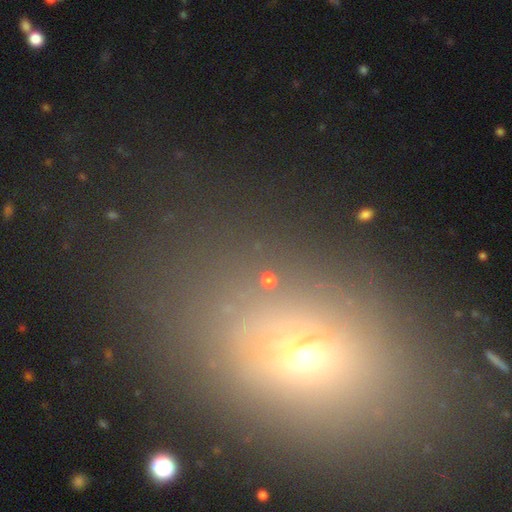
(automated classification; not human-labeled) Smooth or featured?
  - smooth: 52% *
  - star or artifact: 31%
  - featured or disk: 16%
How rounded?
  - in between: 61% *
  - round: 36%
  - cigar-shaped: 3%
Merging?
  - none: 74% *
  - minor disturbance: 13%
  - major disturbance: 9%
  - merger: 5%